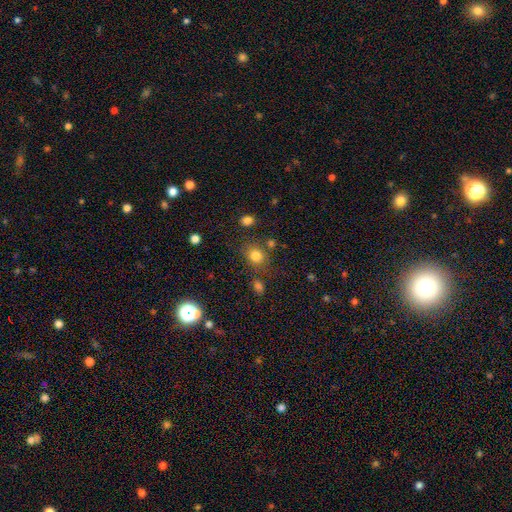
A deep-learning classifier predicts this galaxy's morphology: Overall: smooth (79%). How rounded: round (68%; in between 31%). Merging: none (73%).